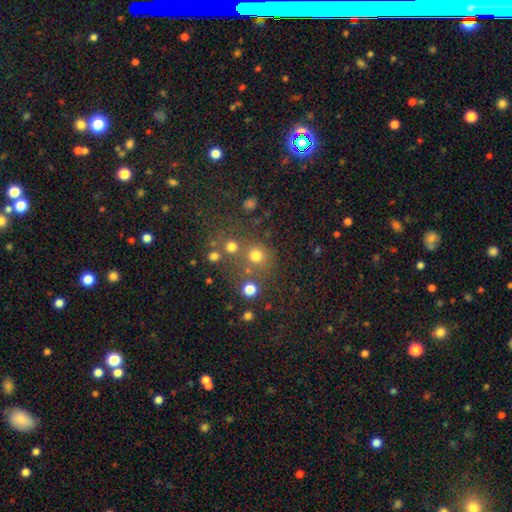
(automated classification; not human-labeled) Smooth or featured? smooth (73%)
How rounded? round (88%)
Merging? none (63%)